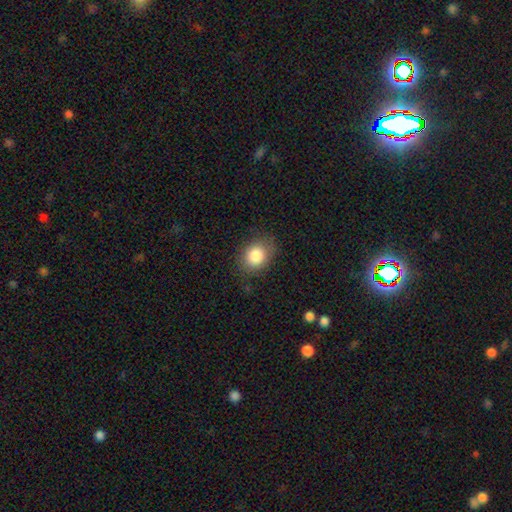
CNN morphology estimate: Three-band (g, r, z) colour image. It shows a smooth galaxy with no disk features (83%) that is round (51%). Merging: none (78%).